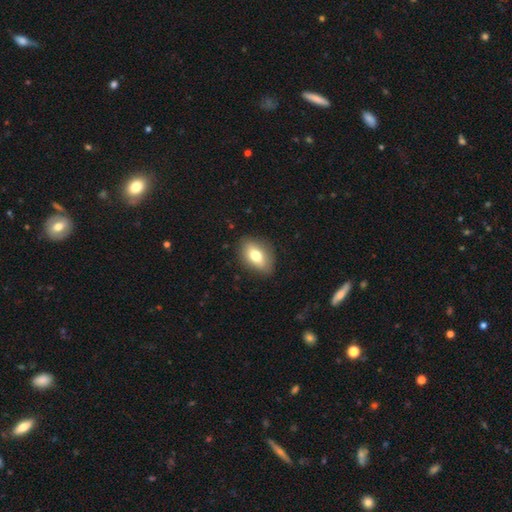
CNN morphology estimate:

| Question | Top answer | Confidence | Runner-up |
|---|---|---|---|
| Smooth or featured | smooth | 73% | featured or disk (19%) |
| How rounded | in between | 86% | round (11%) |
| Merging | none | 84% | minor disturbance (12%) |